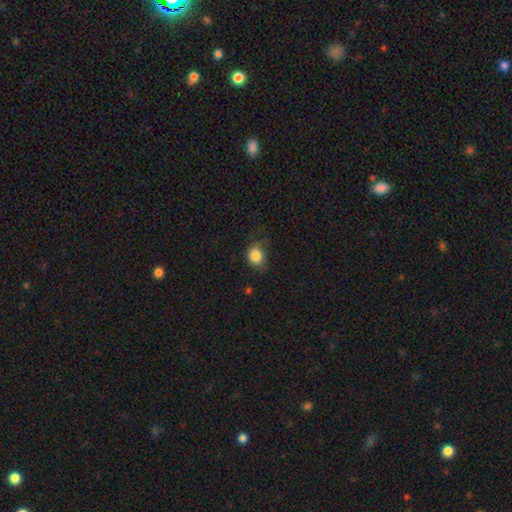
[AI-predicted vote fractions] smooth 85%, star or artifact 10%, featured or disk 5%. Down the decision tree: how rounded — round (65%); merging — none (64%).